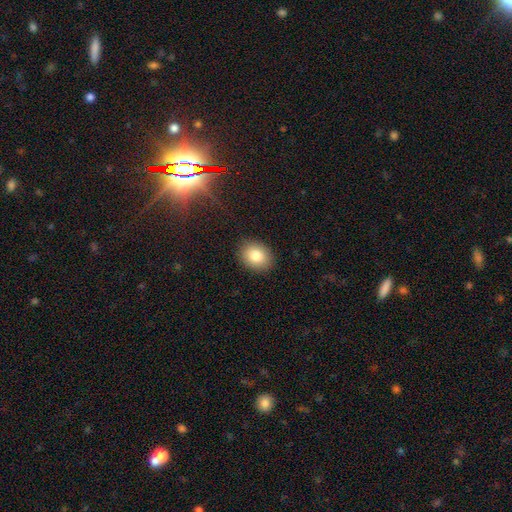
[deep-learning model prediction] Smooth or featured?
  - smooth: 82% *
  - star or artifact: 9%
  - featured or disk: 9%
How rounded?
  - round: 52% *
  - in between: 47%
  - cigar-shaped: 1%
Merging?
  - none: 89% *
  - minor disturbance: 8%
  - major disturbance: 2%
  - merger: 1%